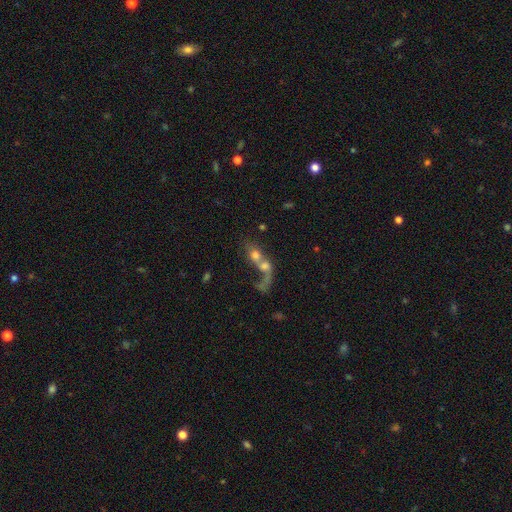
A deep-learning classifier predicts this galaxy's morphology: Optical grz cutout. It shows a smooth galaxy with no disk features (47%). Merging: merger (72%).